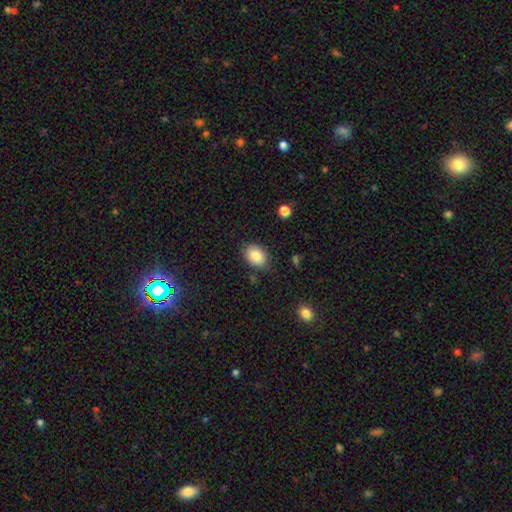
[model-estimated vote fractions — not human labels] smooth-or-featured: smooth: 85% | star or artifact: 8% | featured or disk: 7%
  how-rounded: in between: 71% | round: 28% | cigar-shaped: 1%
  merging: none: 83% | minor disturbance: 13% | major disturbance: 3% | merger: 2%